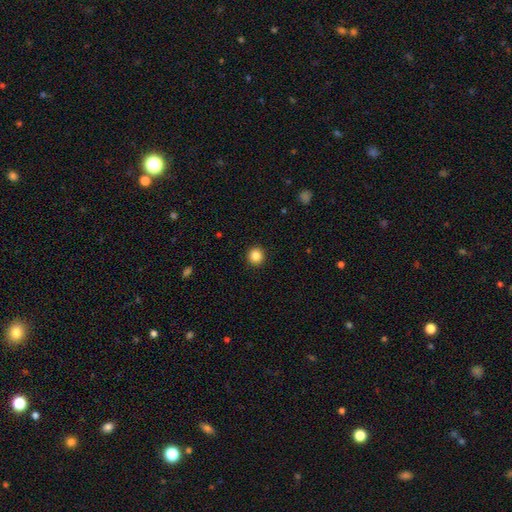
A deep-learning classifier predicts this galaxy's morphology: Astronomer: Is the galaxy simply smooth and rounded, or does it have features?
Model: smooth — 85%.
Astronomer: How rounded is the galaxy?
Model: round — 93%.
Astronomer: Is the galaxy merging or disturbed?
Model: none — 93%.